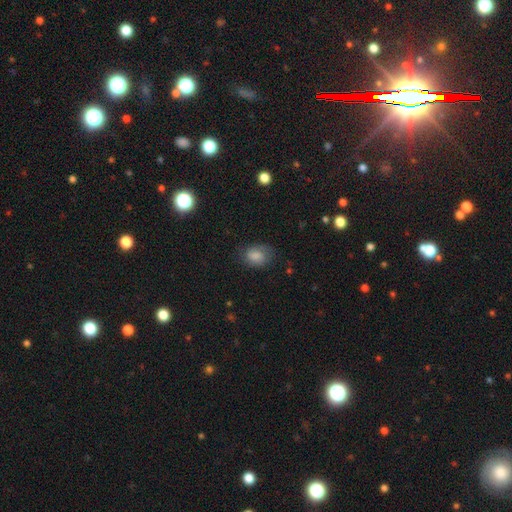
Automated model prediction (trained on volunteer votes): smooth_or_featured: smooth (p=0.78) [alt: featured or disk p=0.12]
how_rounded: in between (p=0.73) [alt: round p=0.26]
merging: none (p=0.66) [alt: minor disturbance p=0.24]